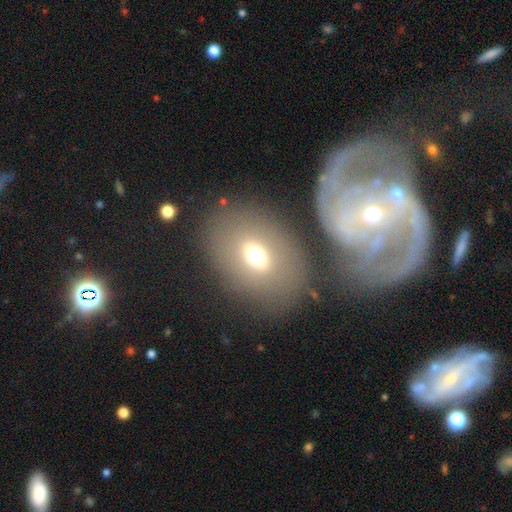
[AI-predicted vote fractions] smooth_or_featured: smooth (p=0.61) [alt: featured or disk p=0.27]
how_rounded: in between (p=0.70) [alt: round p=0.28]
merging: none (p=0.67) [alt: minor disturbance p=0.13]